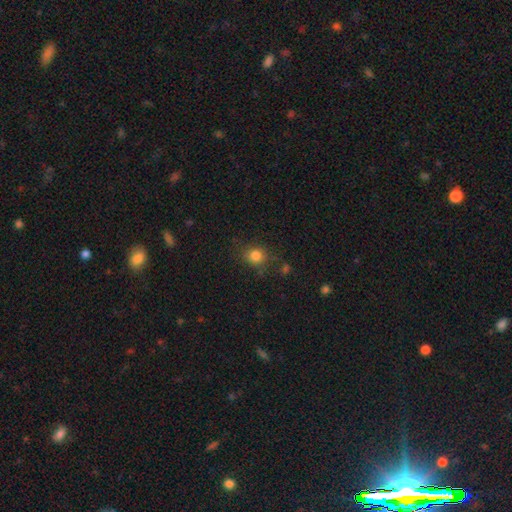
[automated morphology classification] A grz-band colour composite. It shows a smooth galaxy with no disk features (81%) that is round (79%). Merging: none (77%).